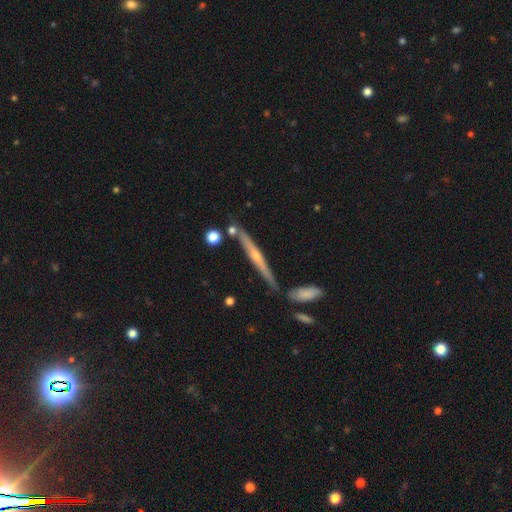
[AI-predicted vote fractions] Smooth or featured? Predicted: featured or disk (p=0.68). Edge-on disk? Predicted: yes (p=0.97). Edge-on bulge? Predicted: rounded (p=0.70). Merging? Predicted: none (p=0.81).